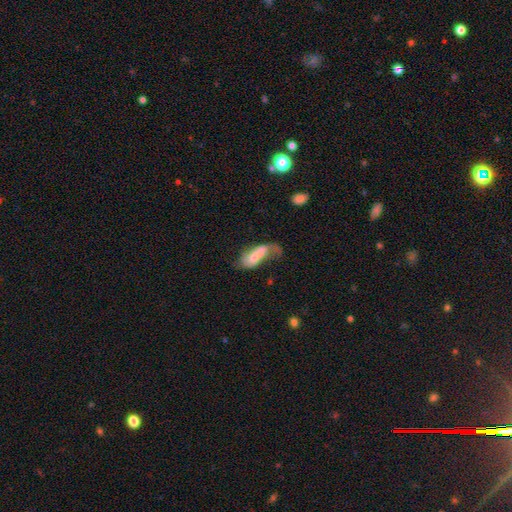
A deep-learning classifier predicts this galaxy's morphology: type=smooth (56%); roundness=in between (79%); merging=major disturbance (37%).